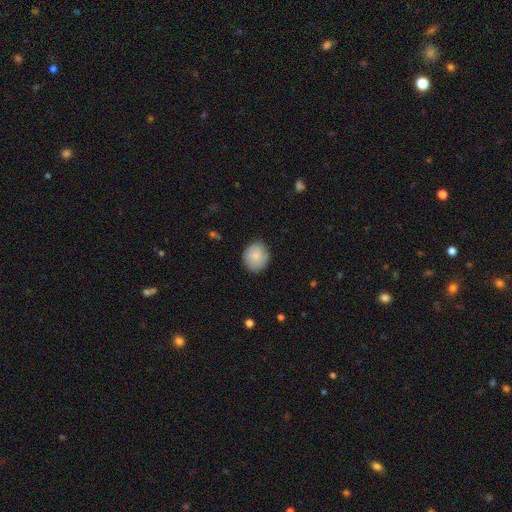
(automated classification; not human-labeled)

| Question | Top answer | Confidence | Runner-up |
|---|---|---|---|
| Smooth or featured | smooth | 81% | featured or disk (13%) |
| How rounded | round | 72% | in between (27%) |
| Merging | none | 77% | minor disturbance (18%) |